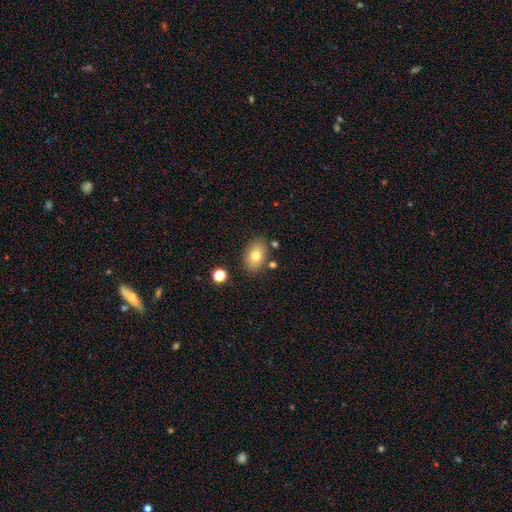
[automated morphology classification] Smooth or featured: smooth — 75% (featured or disk — 15%)
How rounded: in between — 83% (round — 16%)
Merging: none — 81% (minor disturbance — 11%)